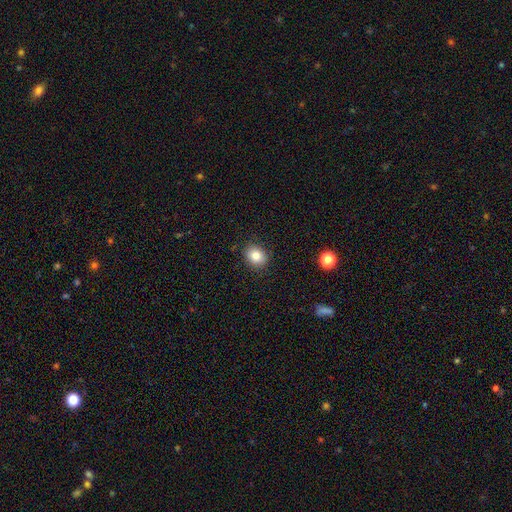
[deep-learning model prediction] Morphology: type=smooth (82%); roundness=round (52%); merging=none (88%).